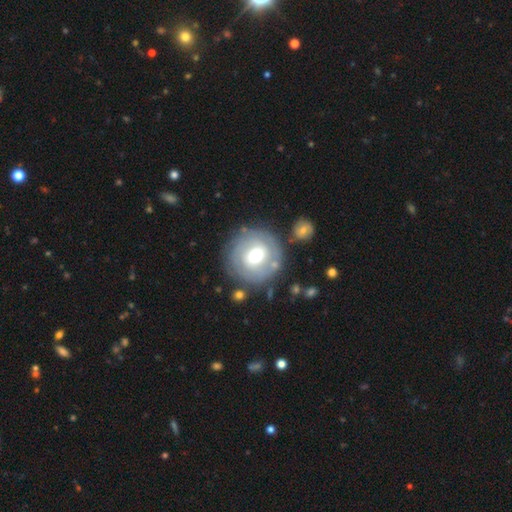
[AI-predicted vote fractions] Smooth or featured?
  - featured or disk: 50% *
  - smooth: 43%
  - star or artifact: 7%
Merging?
  - none: 77% *
  - minor disturbance: 12%
  - major disturbance: 6%
  - merger: 5%